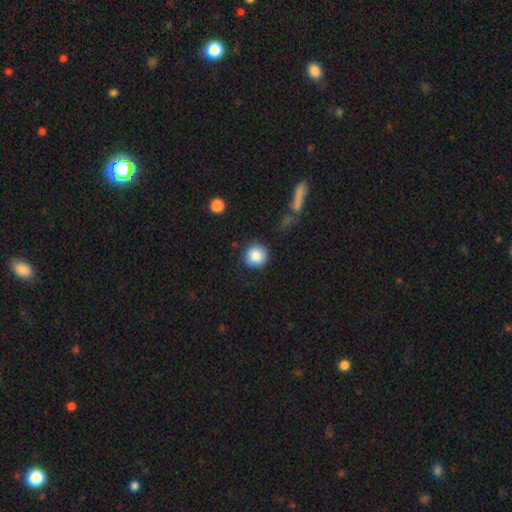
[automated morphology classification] A smooth galaxy with no disk features (85%) that is round (93%).

Vote fractions:
- Smooth or featured? smooth: 85% / star or artifact: 8% / featured or disk: 6%
- How rounded? round: 93% / in between: 6% / cigar-shaped: 1%
- Merging? none: 86% / minor disturbance: 9% / major disturbance: 3% / merger: 2%